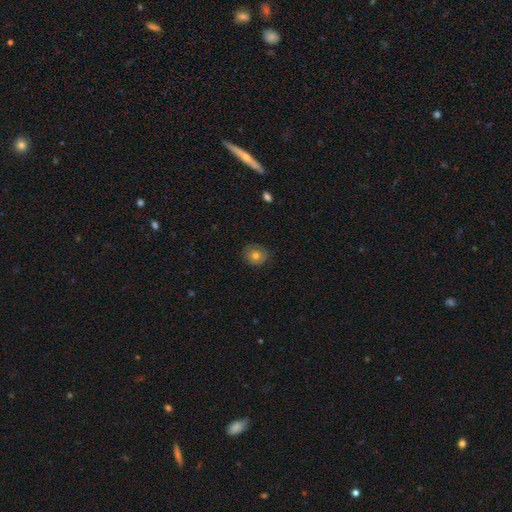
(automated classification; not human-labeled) smooth-or-featured: smooth: 68% | featured or disk: 23% | star or artifact: 9%
  how-rounded: round: 82% | in between: 17% | cigar-shaped: 1%
  merging: none: 80% | minor disturbance: 15% | major disturbance: 4% | merger: 1%